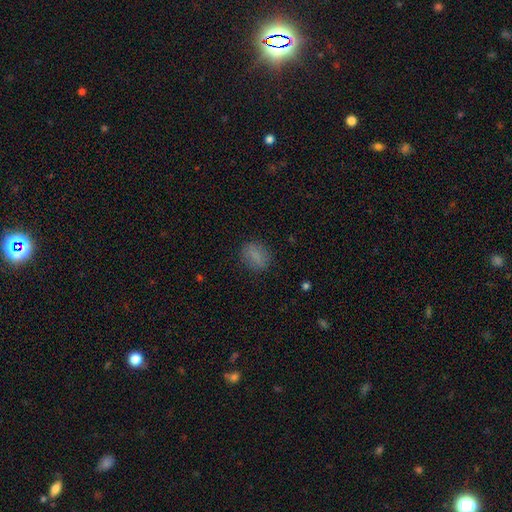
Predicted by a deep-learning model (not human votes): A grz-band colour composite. It shows a smooth galaxy with no disk features (80%) that is in between round and cigar-shaped (59%). Merging: none (84%).